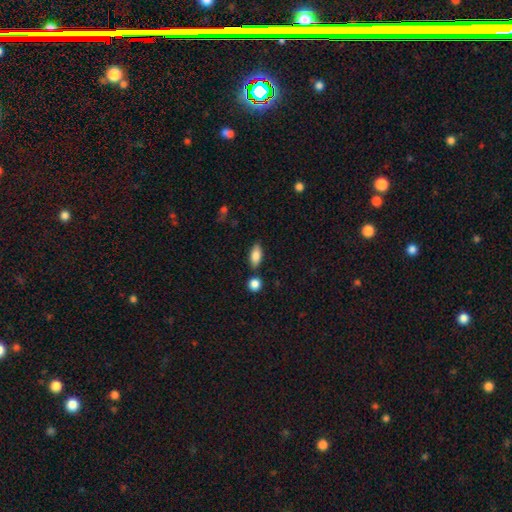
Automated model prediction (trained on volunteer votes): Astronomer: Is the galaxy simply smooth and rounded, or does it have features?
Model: smooth — 84%.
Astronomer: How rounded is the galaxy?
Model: in between — 84%.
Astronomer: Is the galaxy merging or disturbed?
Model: none — 77%.